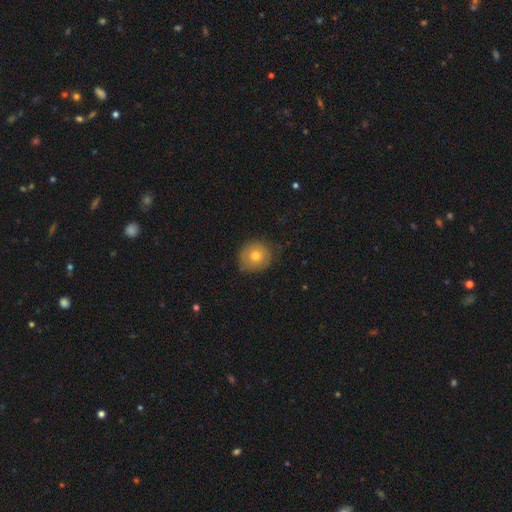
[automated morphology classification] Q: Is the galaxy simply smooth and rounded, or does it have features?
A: smooth — 70%.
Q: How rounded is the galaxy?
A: round — 90%.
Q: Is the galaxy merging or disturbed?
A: none — 77%.